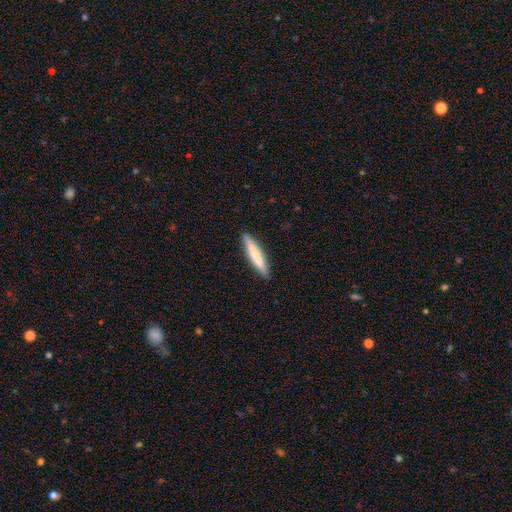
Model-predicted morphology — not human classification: This appears to be a smooth galaxy with no disk features (71%) that is cigar-shaped (92%). Merging: none (90%).